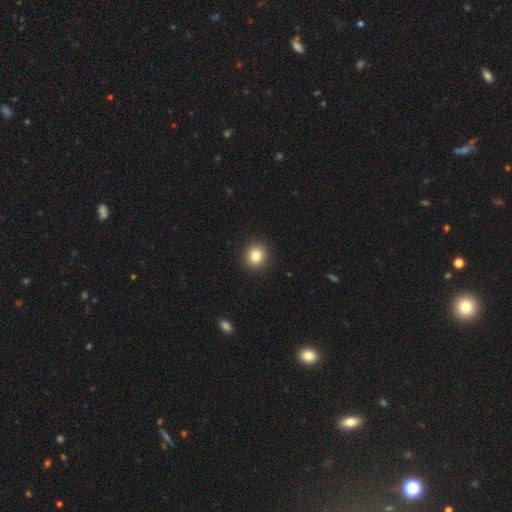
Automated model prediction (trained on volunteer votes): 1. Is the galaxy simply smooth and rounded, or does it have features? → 84% smooth, 10% star or artifact, 6% featured or disk.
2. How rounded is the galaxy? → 84% round, 15% in between, 1% cigar-shaped.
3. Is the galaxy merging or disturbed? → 92% none, 5% minor disturbance, 2% major disturbance, 1% merger.